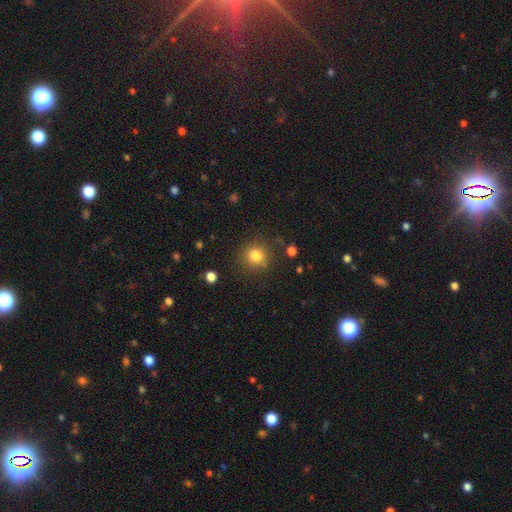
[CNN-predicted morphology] smooth 81%, star or artifact 13%, featured or disk 6%. Down the decision tree: how rounded — round (91%); merging — none (85%).